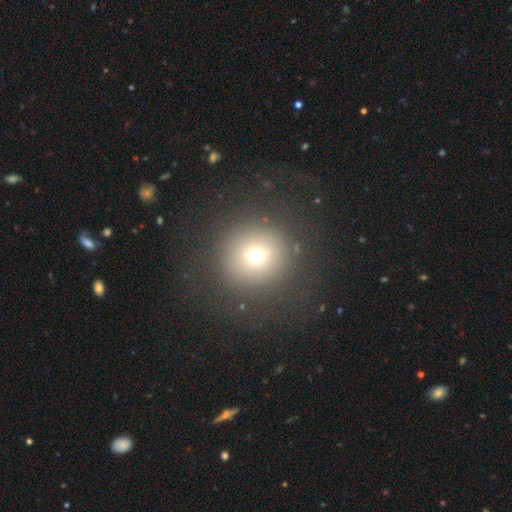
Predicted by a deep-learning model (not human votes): A smooth galaxy with no disk features (69%) that is round (95%).

Vote fractions:
- Smooth or featured? smooth: 69% / star or artifact: 19% / featured or disk: 12%
- How rounded? round: 95% / in between: 4% / cigar-shaped: 1%
- Merging? none: 85% / minor disturbance: 8% / major disturbance: 6% / merger: 1%